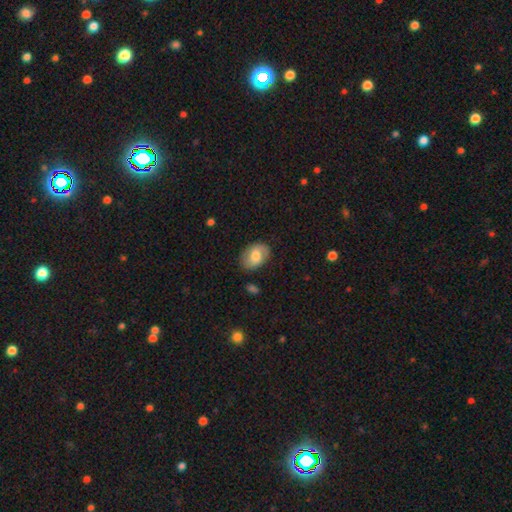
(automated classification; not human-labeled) Smooth or featured: smooth — 61% (featured or disk — 32%)
How rounded: in between — 81% (round — 17%)
Merging: none — 80% (minor disturbance — 15%)